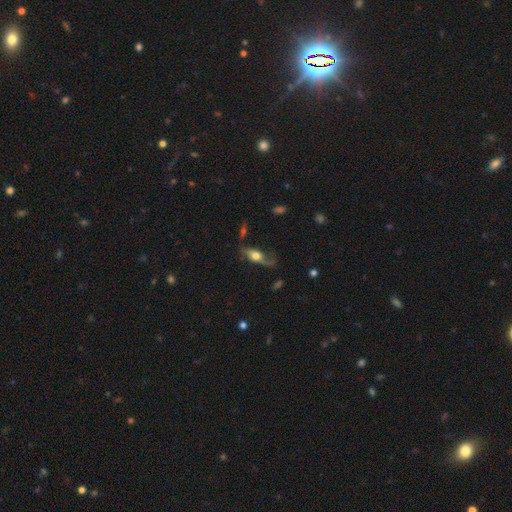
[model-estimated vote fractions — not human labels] Smooth or featured? Predicted: featured or disk (p=0.59). Edge-on disk? Predicted: yes (p=0.53). Merging? Predicted: none (p=0.49).